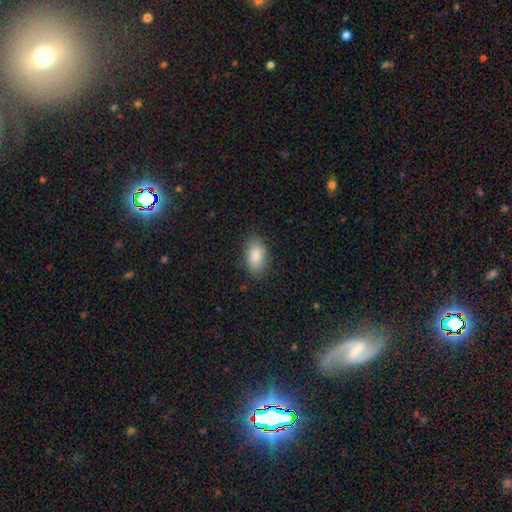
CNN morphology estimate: Overall: smooth (87%). How rounded: in between (92%). Merging: none (85%).